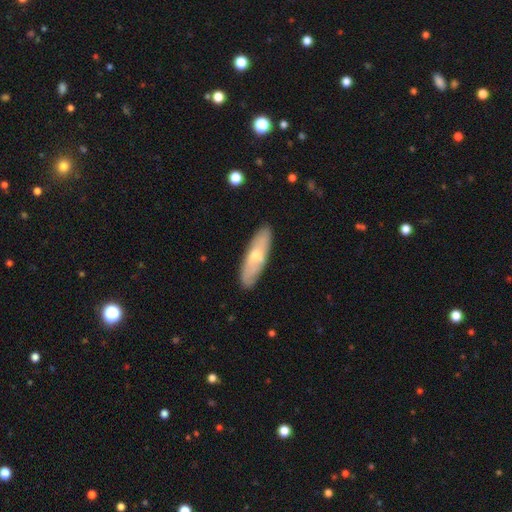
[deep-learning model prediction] Smooth or featured? smooth (54%)
How rounded? cigar-shaped (54%)
Merging? none (84%)